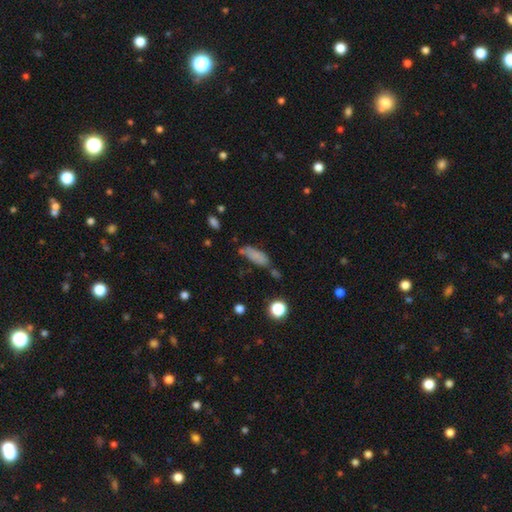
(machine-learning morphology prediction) Smooth or featured?
  - smooth: 76% *
  - featured or disk: 12%
  - star or artifact: 11%
How rounded?
  - in between: 63% *
  - cigar-shaped: 34%
  - round: 3%
Merging?
  - none: 53% *
  - minor disturbance: 26%
  - merger: 12%
  - major disturbance: 10%